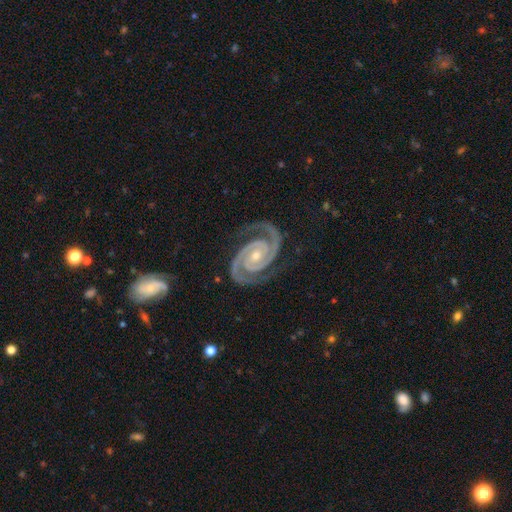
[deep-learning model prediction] Smooth or featured?
  - featured or disk: 95% *
  - star or artifact: 4%
  - smooth: 2%
Edge-on disk?
  - no: 98% *
  - yes: 2%
Bar?
  - no: 61% *
  - weak: 24%
  - strong: 16%
Spiral arms?
  - yes: 99% *
  - no: 1%
Spiral winding?
  - tight: 71% *
  - medium: 26%
  - loose: 3%
Spiral arm count?
  - 2: 94% *
  - 3: 2%
  - can't tell: 1%
  - 1: 1%
  - 4: 1%
  - more than 4: 1%
Bulge size?
  - moderate: 49% *
  - small: 48%
  - large: 1%
  - none: 1%
  - dominant: 1%
Merging?
  - none: 83% *
  - minor disturbance: 12%
  - major disturbance: 3%
  - merger: 2%